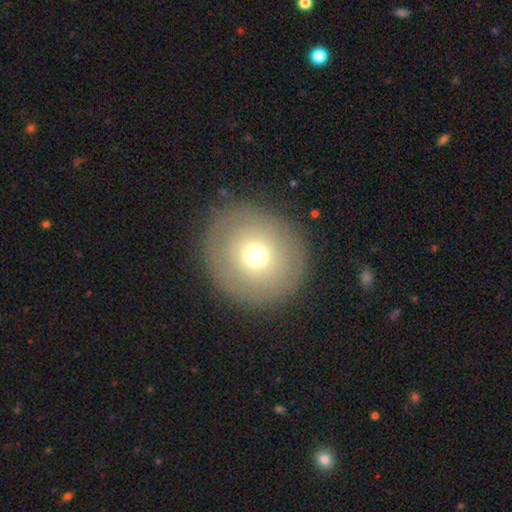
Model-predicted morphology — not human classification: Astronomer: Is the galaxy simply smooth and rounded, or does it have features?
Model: smooth — 65%.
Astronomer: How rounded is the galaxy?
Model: round — 86%.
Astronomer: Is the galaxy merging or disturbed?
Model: none — 86%.